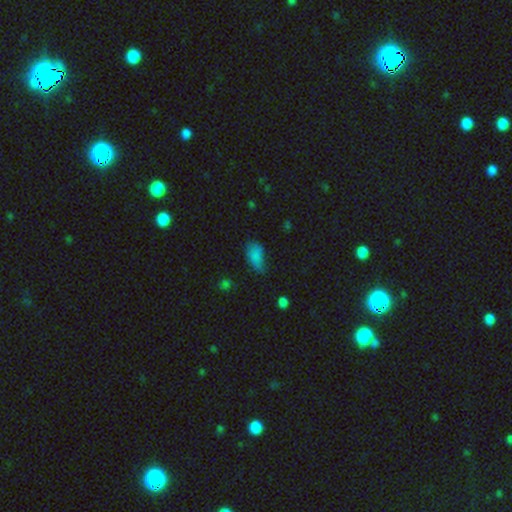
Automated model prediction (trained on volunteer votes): Smooth or featured: smooth — 79% (star or artifact — 12%)
How rounded: in between — 90% (round — 5%)
Merging: minor disturbance — 40% (none — 39%)